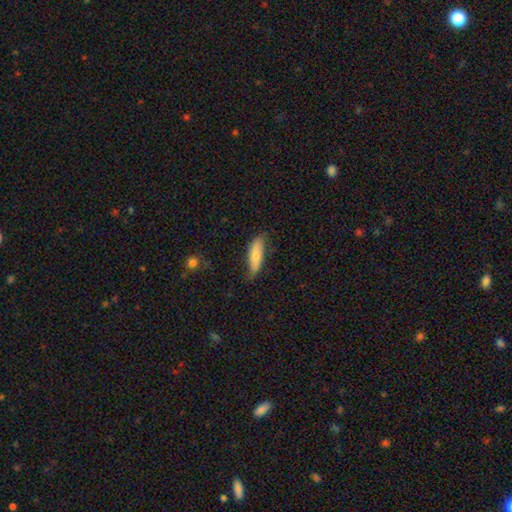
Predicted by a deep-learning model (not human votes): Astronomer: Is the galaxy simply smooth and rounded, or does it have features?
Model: smooth — 65%.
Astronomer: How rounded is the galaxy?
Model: in between — 52% (runner-up: cigar-shaped, 46%).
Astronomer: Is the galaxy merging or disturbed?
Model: none — 71%.